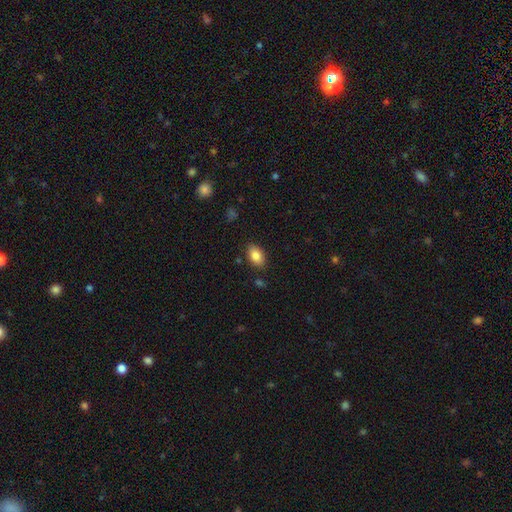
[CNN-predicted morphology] The model was most divided on "merging": none: 85%, minor disturbance: 11%, major disturbance: 3%, merger: 2%. More confident: how rounded — in between (89%); smooth or featured — smooth (85%).